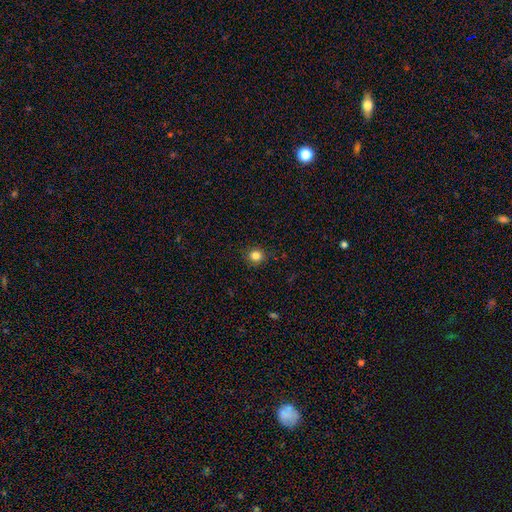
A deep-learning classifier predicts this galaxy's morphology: A smooth galaxy with no disk features (84%) that is round (90%).

Vote fractions:
- Smooth or featured? smooth: 84% / star or artifact: 12% / featured or disk: 4%
- How rounded? round: 90% / in between: 9% / cigar-shaped: 1%
- Merging? none: 90% / minor disturbance: 7% / major disturbance: 2% / merger: 1%